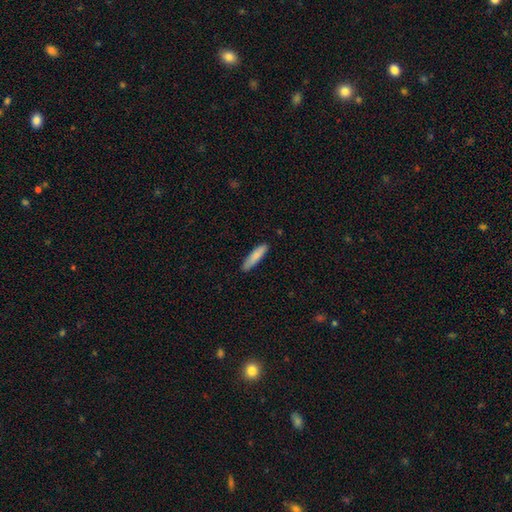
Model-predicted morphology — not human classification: A smooth galaxy with no disk features (84%) that is cigar-shaped (80%). Merging: none (85%).